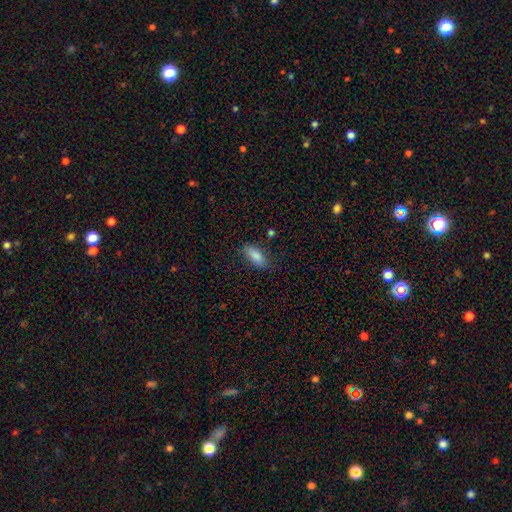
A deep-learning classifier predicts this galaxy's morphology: This is clearly a smooth galaxy (85%). How rounded: clearly in between (83%). Merging: likely none (77%).